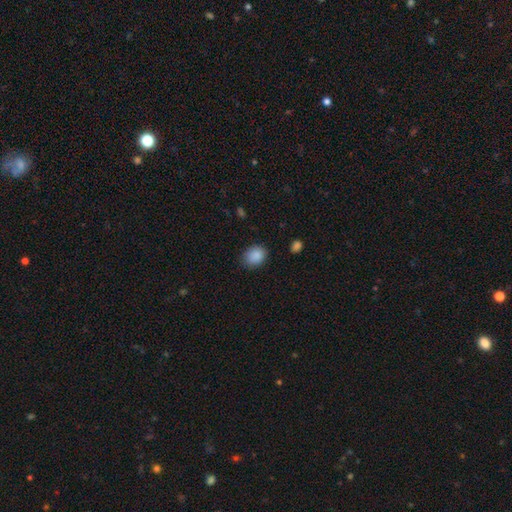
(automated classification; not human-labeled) Smooth or featured?
  - smooth: 88% *
  - star or artifact: 8%
  - featured or disk: 3%
How rounded?
  - in between: 52% *
  - round: 47%
  - cigar-shaped: 1%
Merging?
  - none: 80% *
  - minor disturbance: 15%
  - major disturbance: 4%
  - merger: 1%